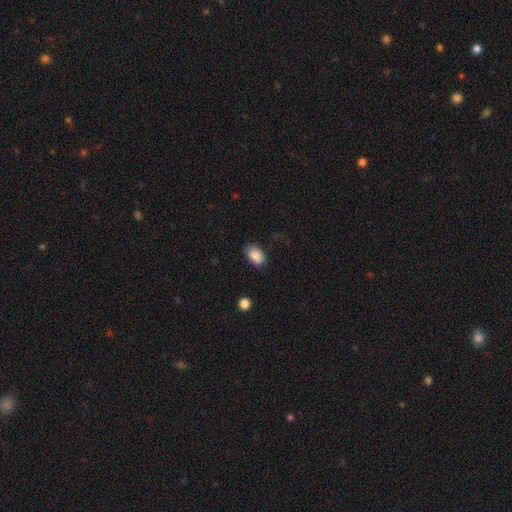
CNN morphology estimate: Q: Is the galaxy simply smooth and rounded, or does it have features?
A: smooth — 88%.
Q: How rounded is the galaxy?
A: in between — 88%.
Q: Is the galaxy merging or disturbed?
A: none — 80%.